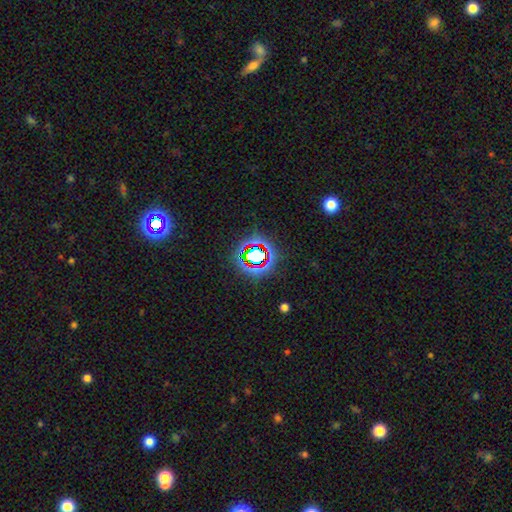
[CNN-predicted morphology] star or artifact 69%, smooth 19%, featured or disk 12%.